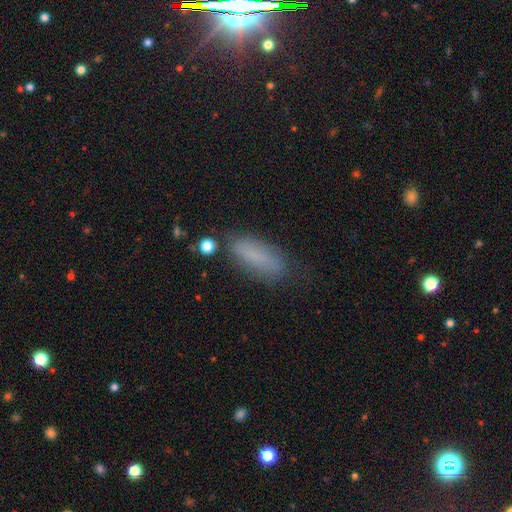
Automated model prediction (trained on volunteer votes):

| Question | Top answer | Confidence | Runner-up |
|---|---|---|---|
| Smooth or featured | smooth | 77% | featured or disk (13%) |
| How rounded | in between | 62% | cigar-shaped (36%) |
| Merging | none | 71% | minor disturbance (20%) |